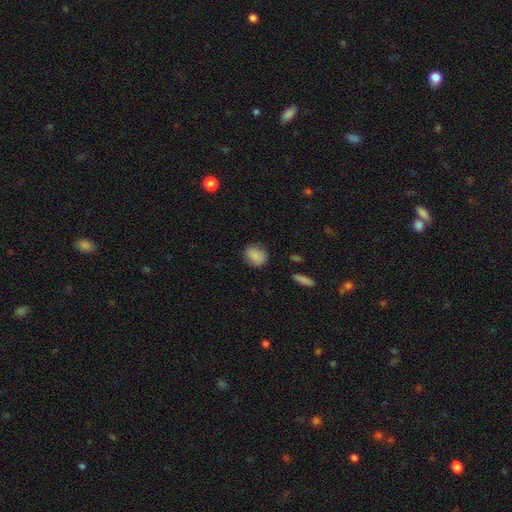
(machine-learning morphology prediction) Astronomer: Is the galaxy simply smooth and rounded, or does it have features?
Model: smooth — 86%.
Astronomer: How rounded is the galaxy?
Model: in between — 51% (runner-up: round, 47%).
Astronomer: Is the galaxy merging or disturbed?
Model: none — 81%.